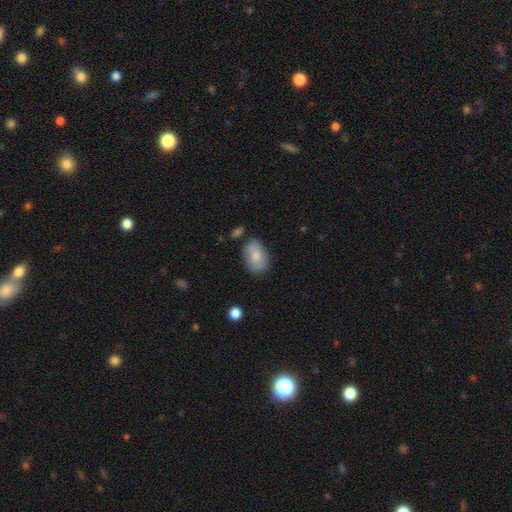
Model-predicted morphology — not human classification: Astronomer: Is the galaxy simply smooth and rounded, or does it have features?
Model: smooth — 77%.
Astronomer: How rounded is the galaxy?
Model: in between — 86%.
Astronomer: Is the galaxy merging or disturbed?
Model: none — 68%.